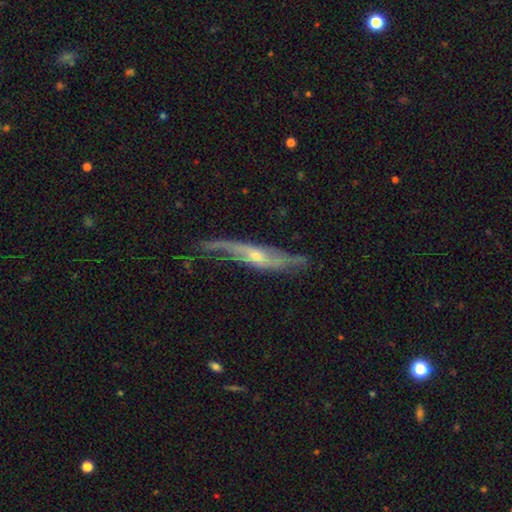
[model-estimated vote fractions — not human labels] Smooth or featured? Predicted: featured or disk (p=0.81). Edge-on disk? Predicted: no (p=0.54). Merging? Predicted: none (p=0.61).